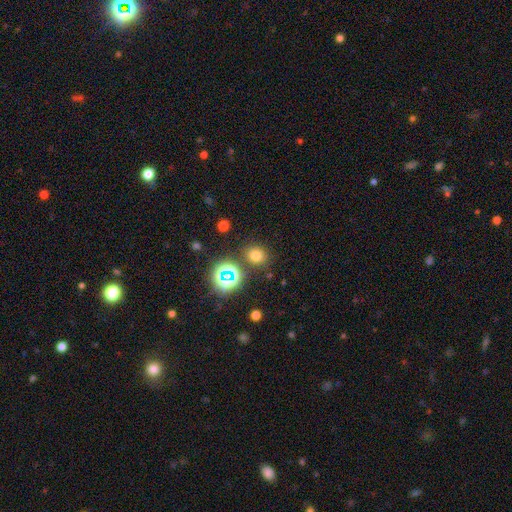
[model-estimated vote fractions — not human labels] Overall: smooth (68%). How rounded: round (74%). Merging: none (83%).